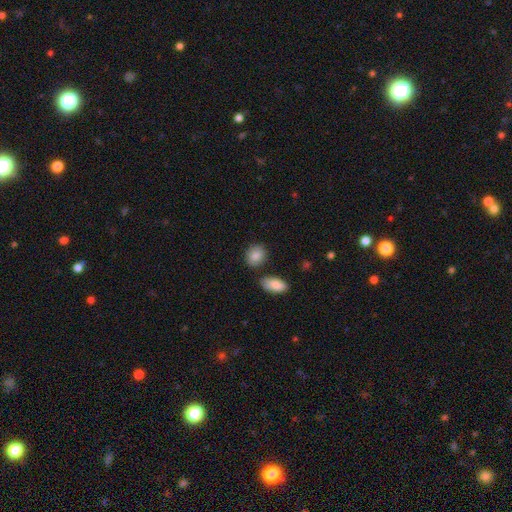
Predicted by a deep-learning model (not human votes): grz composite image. It shows a smooth galaxy with no disk features (86%) that is round (53%). Merging: none (77%).